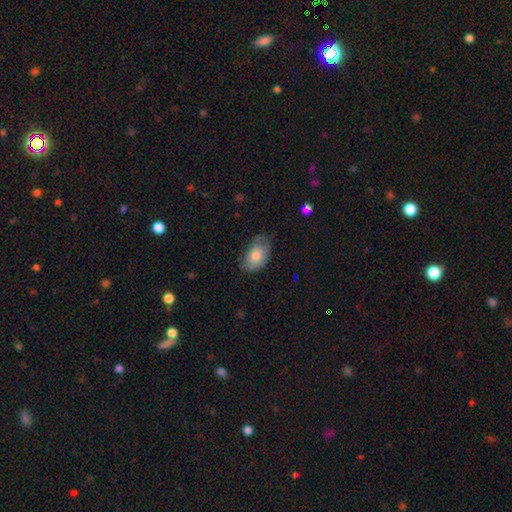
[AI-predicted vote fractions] smooth-or-featured: smooth: 73% | featured or disk: 20% | star or artifact: 7%
  how-rounded: in between: 89% | round: 10% | cigar-shaped: 1%
  merging: none: 59% | minor disturbance: 32% | major disturbance: 8% | merger: 1%